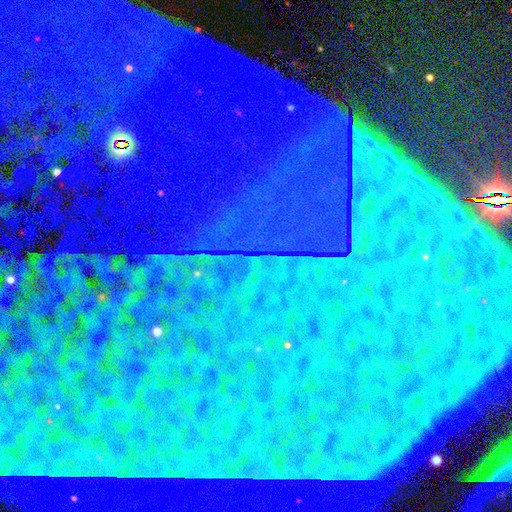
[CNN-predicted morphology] Overall: star or artifact (86%).